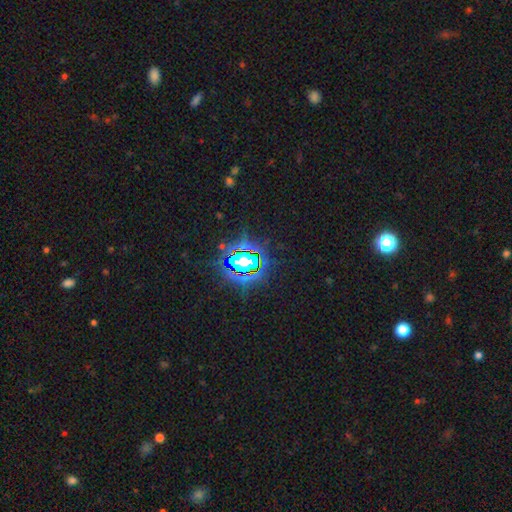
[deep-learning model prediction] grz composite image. It shows a star or artifact, not a galaxy (79%).